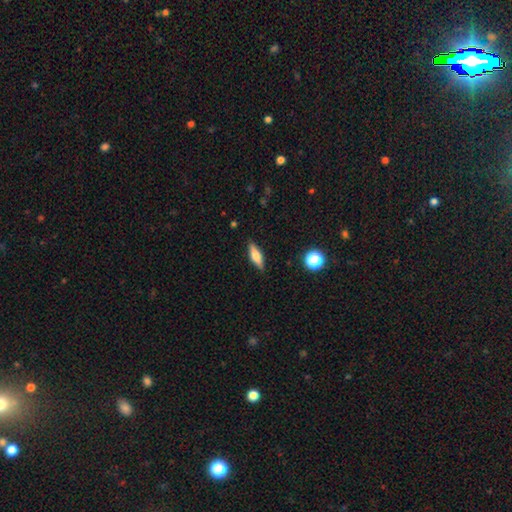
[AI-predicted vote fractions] The model was most divided on "how rounded": cigar-shaped: 49%, in between: 48%, round: 3%. More confident: merging — none (88%); smooth or featured — smooth (57%).